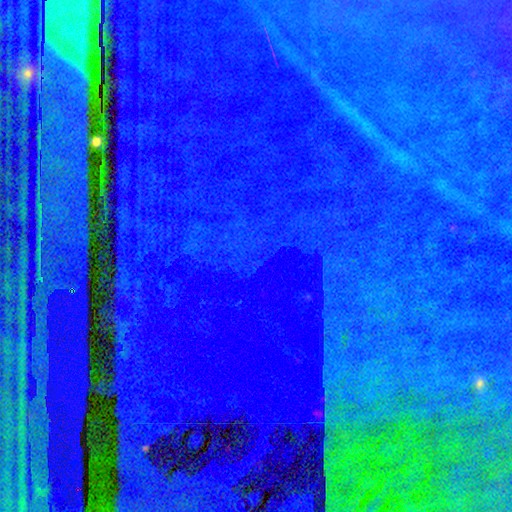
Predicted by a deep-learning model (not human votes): A star or artifact, not a galaxy (86%).